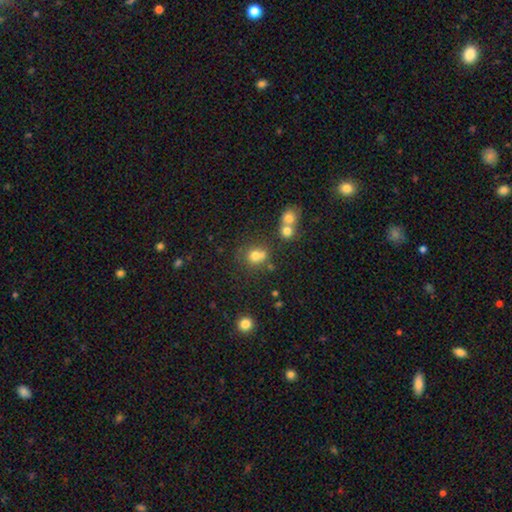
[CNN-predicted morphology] Smooth or featured: smooth — 73% (star or artifact — 16%)
How rounded: round — 80% (in between — 19%)
Merging: none — 51% (merger — 31%)